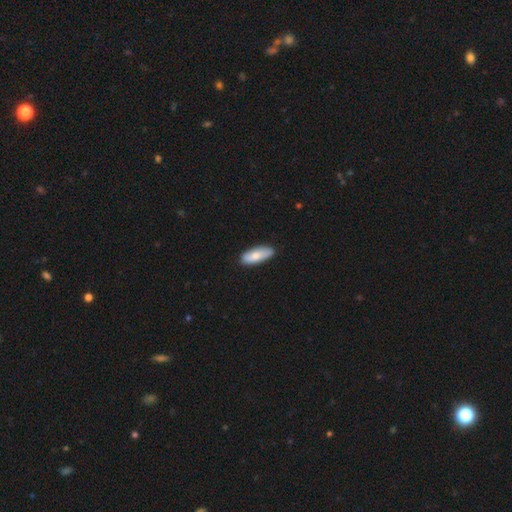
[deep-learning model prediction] This is likely a smooth galaxy (78%). How rounded: likely in between (68%). Merging: clearly none (87%).